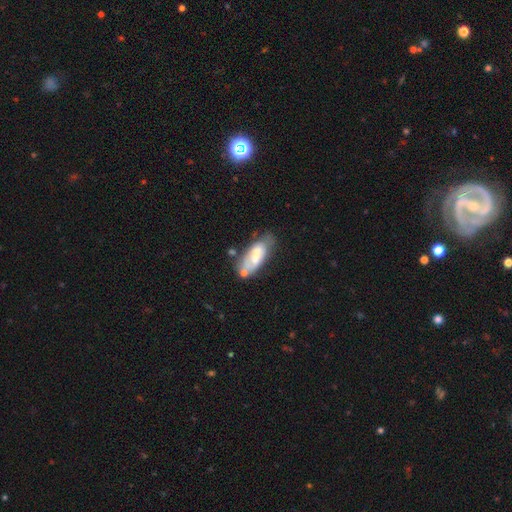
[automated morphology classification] smooth_or_featured: smooth (p=0.53) [alt: featured or disk p=0.40]
how_rounded: in between (p=0.78) [alt: cigar-shaped p=0.20]
merging: none (p=0.45) [alt: minor disturbance p=0.27]